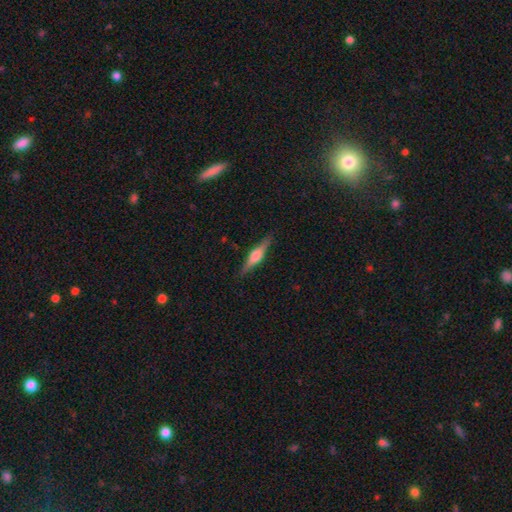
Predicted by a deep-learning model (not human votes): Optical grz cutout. It shows a featured or disk galaxy (64%) viewed edge-on (97%) with a rounded central bulge (82%). Merging: none (89%).